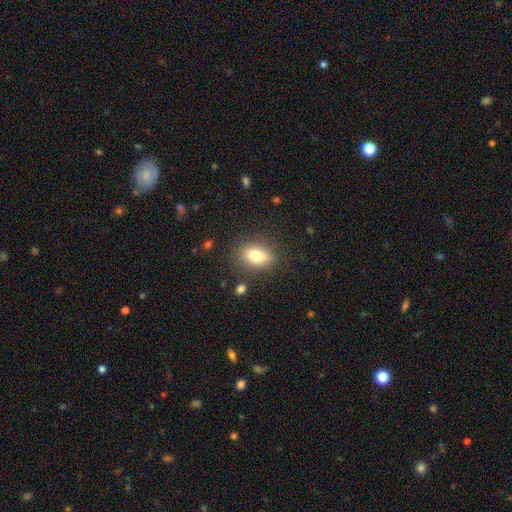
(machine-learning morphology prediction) Smooth or featured?
  - smooth: 79% *
  - featured or disk: 12%
  - star or artifact: 9%
How rounded?
  - in between: 76% *
  - round: 21%
  - cigar-shaped: 3%
Merging?
  - none: 82% *
  - minor disturbance: 12%
  - major disturbance: 4%
  - merger: 2%